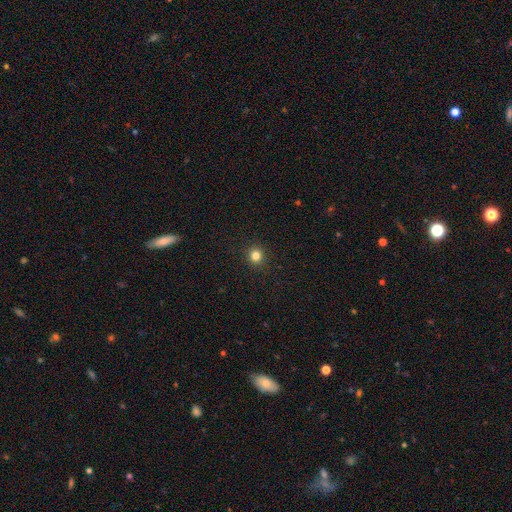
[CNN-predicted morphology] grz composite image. It shows a smooth galaxy with no disk features (82%) that is round (92%). Merging: none (93%).